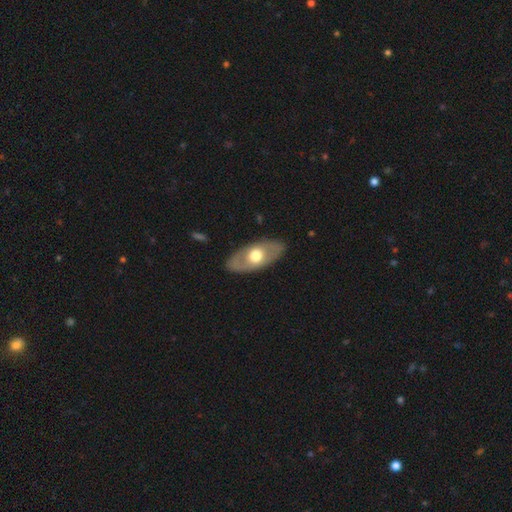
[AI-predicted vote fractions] Smooth or featured: featured or disk — 50% (smooth — 46%)
Merging: none — 86% (minor disturbance — 10%)